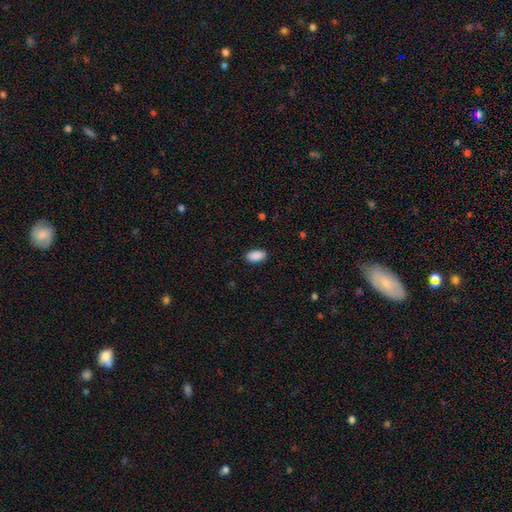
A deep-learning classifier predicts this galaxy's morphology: smooth 91%, star or artifact 7%, featured or disk 3%. Down the decision tree: how rounded — in between (94%); merging — none (89%).